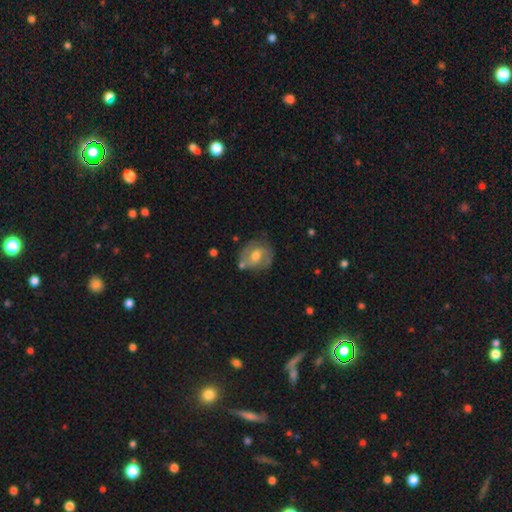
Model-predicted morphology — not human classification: A featured or disk galaxy (66%) with a weak bar (45%), 2 (75%) medium (47%) spiral arms (81%) and a moderate central bulge (69%).

Vote fractions:
- Smooth or featured? featured or disk: 66% / smooth: 27% / star or artifact: 7%
- Edge-on disk? no: 97% / yes: 3%
- Bar? weak: 45% / no: 43% / strong: 12%
- Spiral arms? yes: 81% / no: 19%
- Spiral winding? medium: 47% / tight: 37% / loose: 16%
- Spiral arm count? 2: 75% / can't tell: 14% / 1: 4% / 3: 3% / 4: 1% / more than 4: 1%
- Bulge size? moderate: 69% / small: 19% / large: 9% / none: 2% / dominant: 1%
- Merging? none: 68% / minor disturbance: 20% / major disturbance: 7% / merger: 5%